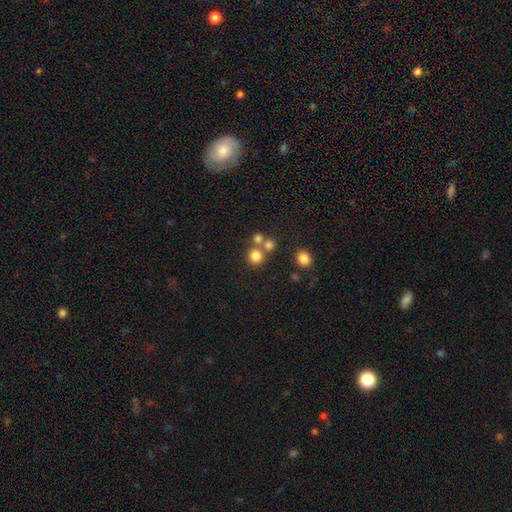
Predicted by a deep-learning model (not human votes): This appears to be a smooth galaxy with no disk features (77%) that is round (88%). Merging: none (58%).